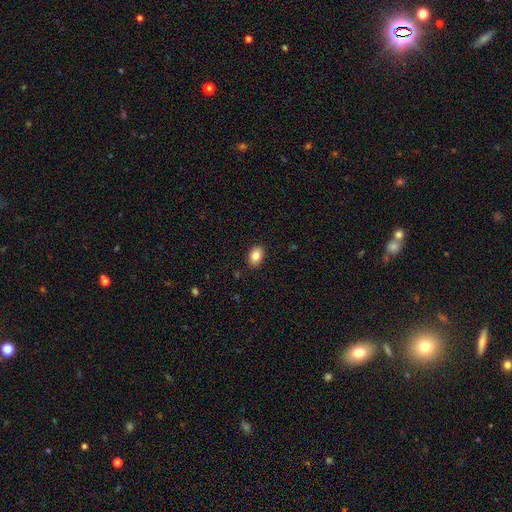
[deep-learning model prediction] Smooth or featured?
  - smooth: 86% *
  - star or artifact: 8%
  - featured or disk: 6%
How rounded?
  - in between: 80% *
  - round: 19%
  - cigar-shaped: 1%
Merging?
  - none: 88% *
  - minor disturbance: 9%
  - major disturbance: 2%
  - merger: 1%